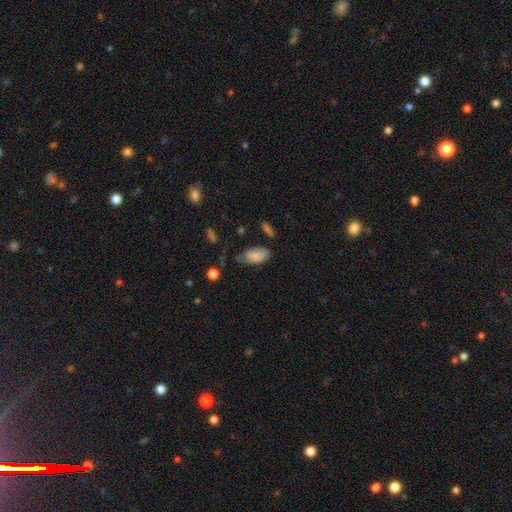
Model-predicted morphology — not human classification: Overall: smooth (81%). How rounded: in between (94%). Merging: none (48%; minor disturbance 35%).